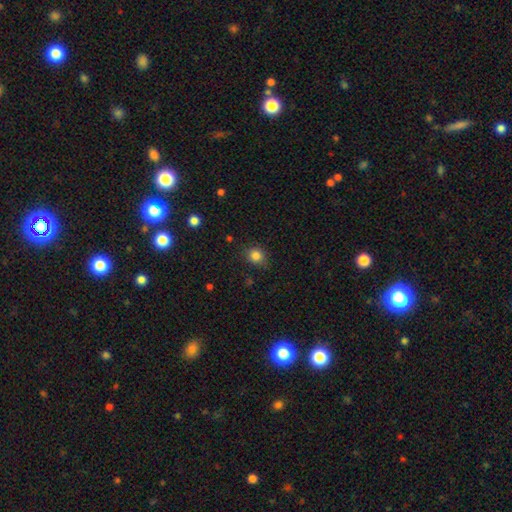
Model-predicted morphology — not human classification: Smooth or featured?
  - smooth: 84% *
  - star or artifact: 12%
  - featured or disk: 5%
How rounded?
  - round: 78% *
  - in between: 21%
  - cigar-shaped: 1%
Merging?
  - none: 80% *
  - minor disturbance: 15%
  - major disturbance: 4%
  - merger: 1%